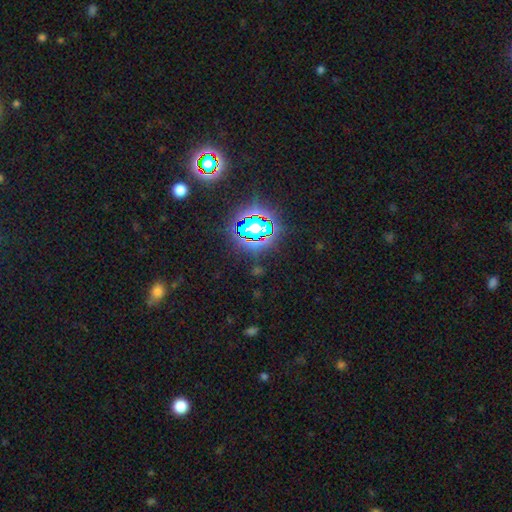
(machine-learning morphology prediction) This appears to be a star or artifact, not a galaxy (77%).